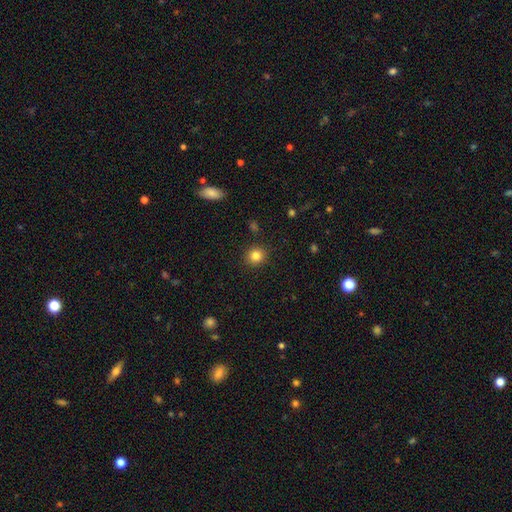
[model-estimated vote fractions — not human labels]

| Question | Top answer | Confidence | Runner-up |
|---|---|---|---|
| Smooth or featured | smooth | 83% | star or artifact (11%) |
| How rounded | round | 87% | in between (12%) |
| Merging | none | 90% | minor disturbance (6%) |